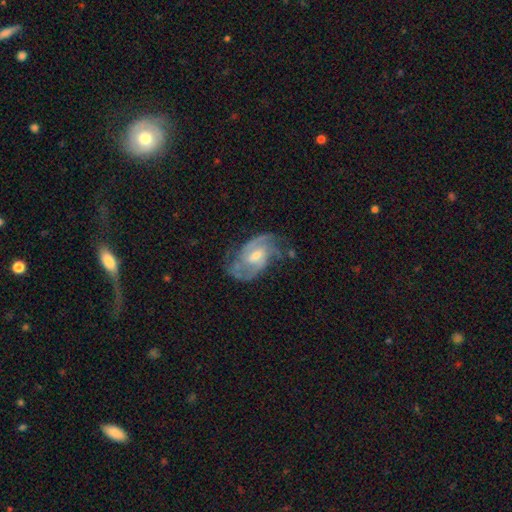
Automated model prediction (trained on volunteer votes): A featured or disk galaxy (86%) with a weak bar (55%), 2 (56%) medium (49%) spiral arms (95%) and a moderate central bulge (54%). Merging: none (61%).